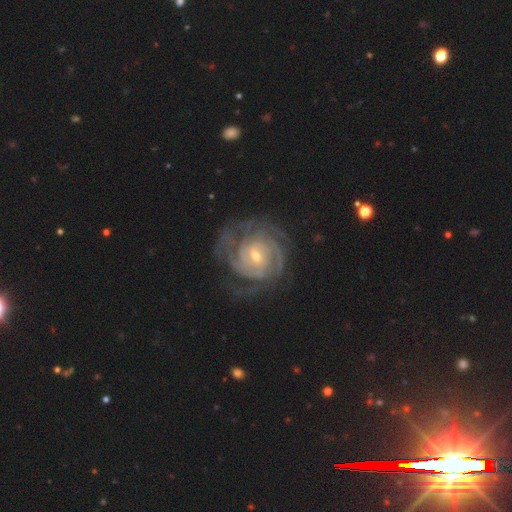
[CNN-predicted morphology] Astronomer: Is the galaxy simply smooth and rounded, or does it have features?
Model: featured or disk — 90%.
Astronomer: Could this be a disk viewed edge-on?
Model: no — 97%.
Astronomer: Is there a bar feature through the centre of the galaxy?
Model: weak — 47% (runner-up: no, 37%).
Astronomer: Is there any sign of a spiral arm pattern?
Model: yes — 97%.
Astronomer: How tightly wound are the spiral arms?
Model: tight — 75%.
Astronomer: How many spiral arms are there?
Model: can't tell — 27% (runner-up: 3, 22%).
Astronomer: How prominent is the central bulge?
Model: small — 56% (runner-up: moderate, 40%).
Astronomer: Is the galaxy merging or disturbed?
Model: none — 72%.